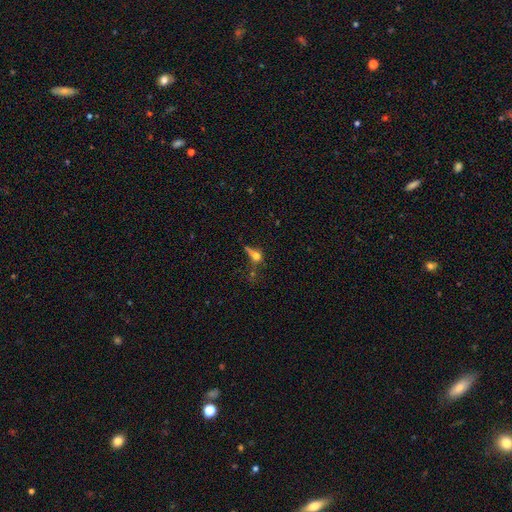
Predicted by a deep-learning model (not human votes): Smooth or featured?
  - smooth: 49% *
  - featured or disk: 30%
  - star or artifact: 20%
Merging?
  - major disturbance: 33% *
  - none: 32%
  - minor disturbance: 18%
  - merger: 17%